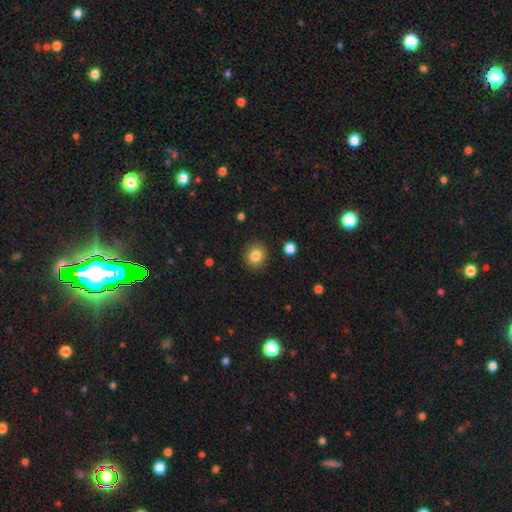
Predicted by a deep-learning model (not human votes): smooth_or_featured: smooth (p=0.83) [alt: star or artifact p=0.10]
how_rounded: round (p=0.86) [alt: in between p=0.13]
merging: none (p=0.89) [alt: minor disturbance p=0.07]